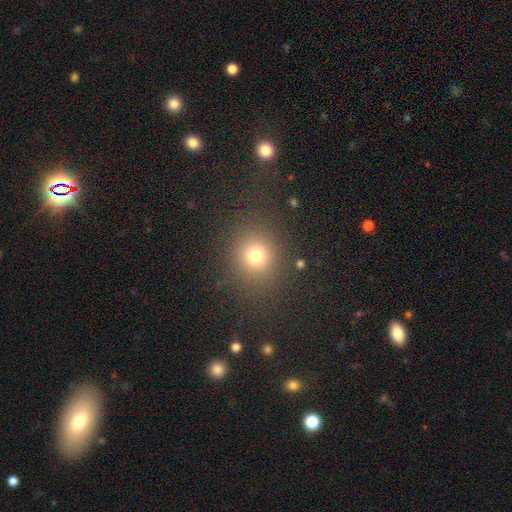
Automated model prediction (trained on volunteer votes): A smooth galaxy with no disk features (76%) that is round (79%).

Vote fractions:
- Smooth or featured? smooth: 76% / star or artifact: 17% / featured or disk: 7%
- How rounded? round: 79% / in between: 20% / cigar-shaped: 1%
- Merging? none: 83% / minor disturbance: 9% / major disturbance: 5% / merger: 3%